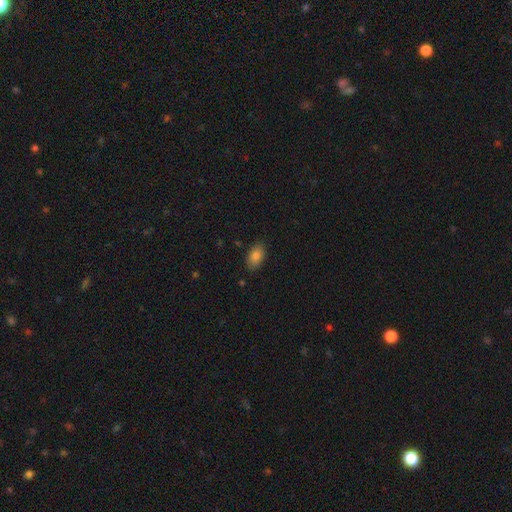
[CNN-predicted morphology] Smooth or featured?
  - smooth: 85% *
  - star or artifact: 8%
  - featured or disk: 6%
How rounded?
  - in between: 92% *
  - round: 6%
  - cigar-shaped: 2%
Merging?
  - none: 85% *
  - minor disturbance: 11%
  - major disturbance: 3%
  - merger: 1%